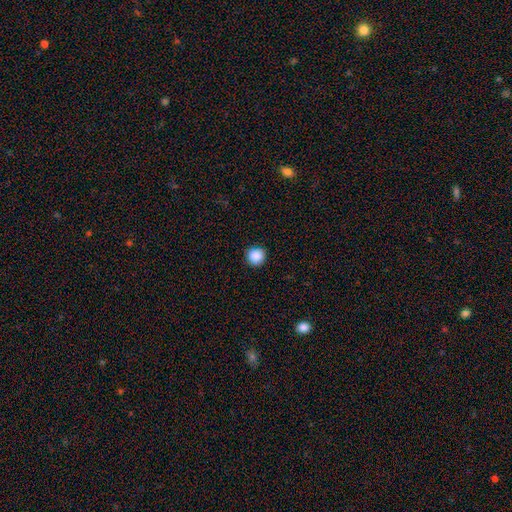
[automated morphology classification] Smooth or featured: smooth — 88% (star or artifact — 9%)
How rounded: round — 94% (in between — 5%)
Merging: none — 90% (minor disturbance — 7%)